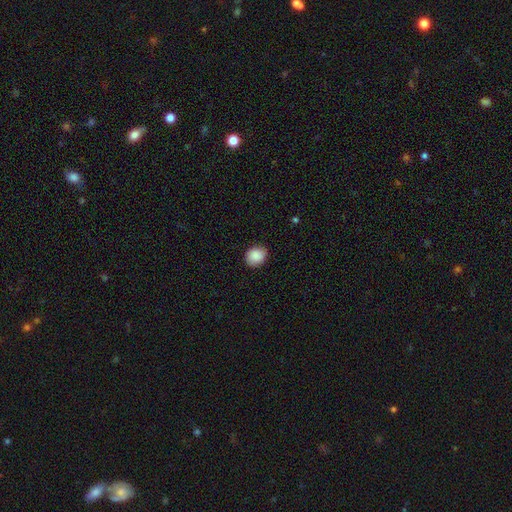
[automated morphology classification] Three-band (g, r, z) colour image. It shows a smooth galaxy with no disk features (88%) that is round (65%). Merging: none (87%).